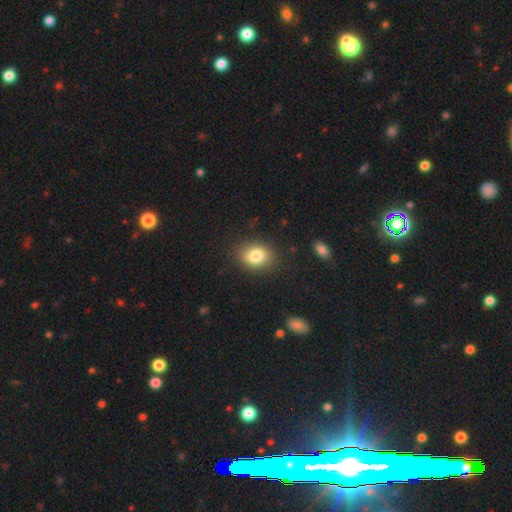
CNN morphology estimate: Overall: smooth (82%). How rounded: in between (61%; round 38%). Merging: none (85%).